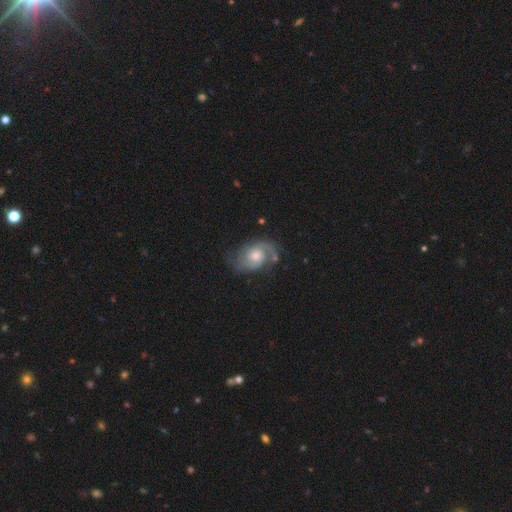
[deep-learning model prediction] Smooth or featured: featured or disk — 85% (smooth — 10%)
Edge-on disk: no — 97% (yes — 3%)
Bar: no — 70% (weak — 27%)
Spiral arms: yes — 96% (no — 4%)
Spiral winding: medium — 46% (tight — 35%)
Spiral arm count: 2 — 82% (can't tell — 7%)
Bulge size: moderate — 62% (small — 23%)
Merging: none — 66% (minor disturbance — 20%)